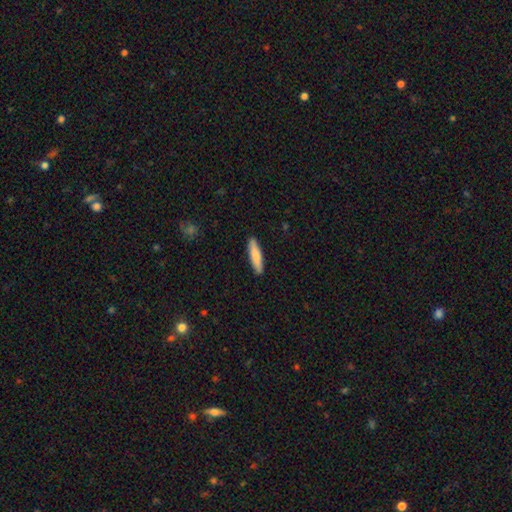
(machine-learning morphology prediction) The model was most divided on "how rounded": cigar-shaped: 78%, in between: 21%, round: 1%. More confident: merging — none (90%); smooth or featured — smooth (80%).